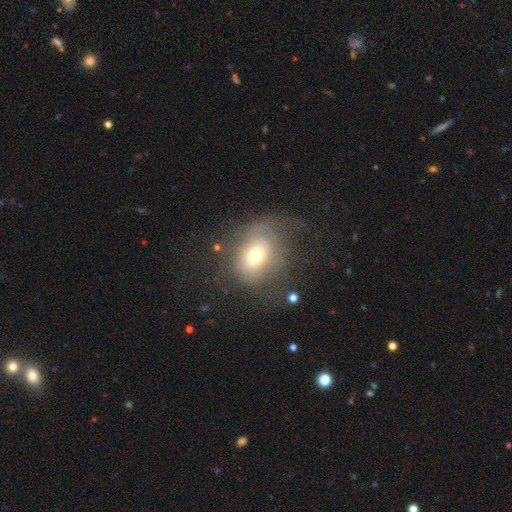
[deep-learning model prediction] Smooth or featured? smooth (60%)
How rounded? round (56%)
Merging? none (42%)